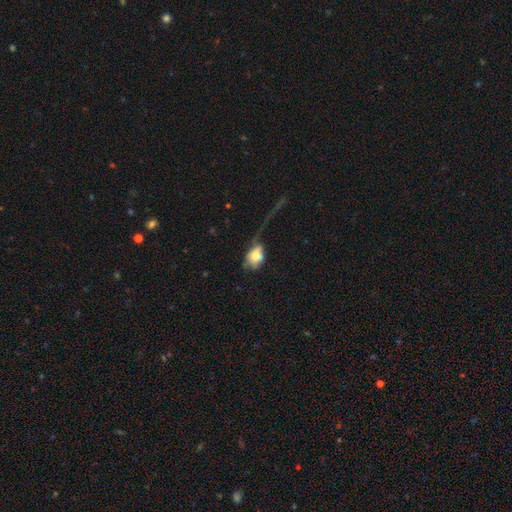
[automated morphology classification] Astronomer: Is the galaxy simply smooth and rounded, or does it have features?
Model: smooth — 65%.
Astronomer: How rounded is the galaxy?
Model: in between — 71%.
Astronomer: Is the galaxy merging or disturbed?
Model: major disturbance — 55%.